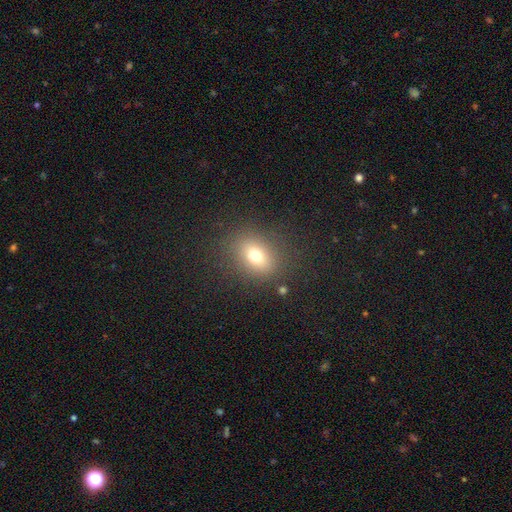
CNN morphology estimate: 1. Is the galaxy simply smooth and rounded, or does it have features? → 71% smooth, 15% star or artifact, 14% featured or disk.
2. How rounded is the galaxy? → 53% in between, 46% round, 2% cigar-shaped.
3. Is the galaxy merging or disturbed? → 84% none, 9% minor disturbance, 5% major disturbance, 2% merger.